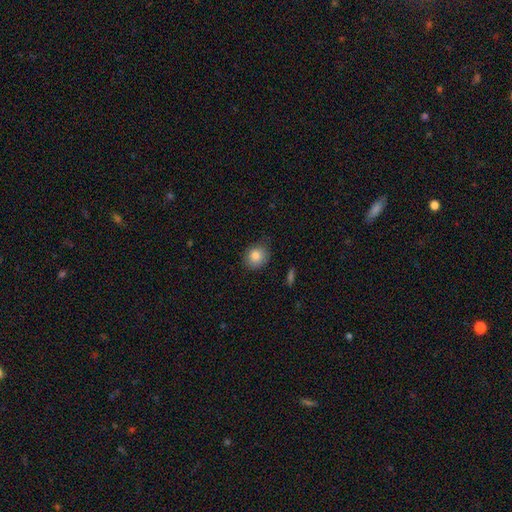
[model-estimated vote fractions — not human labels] A smooth galaxy with no disk features (84%) that is round (78%). Merging: none (82%).